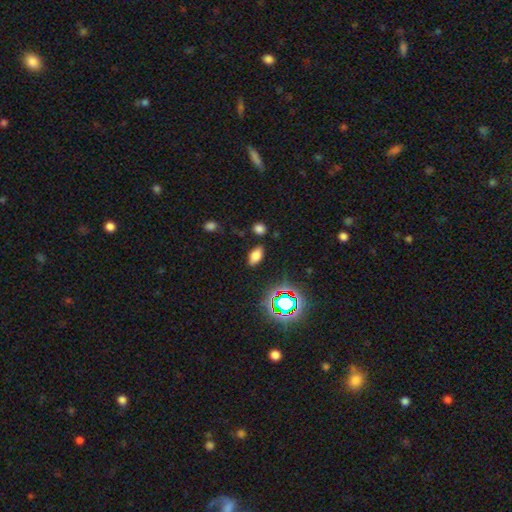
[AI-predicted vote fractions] smooth_or_featured: smooth (p=0.73) [alt: star or artifact p=0.18]
how_rounded: in between (p=0.90) [alt: cigar-shaped p=0.06]
merging: none (p=0.84) [alt: minor disturbance p=0.10]